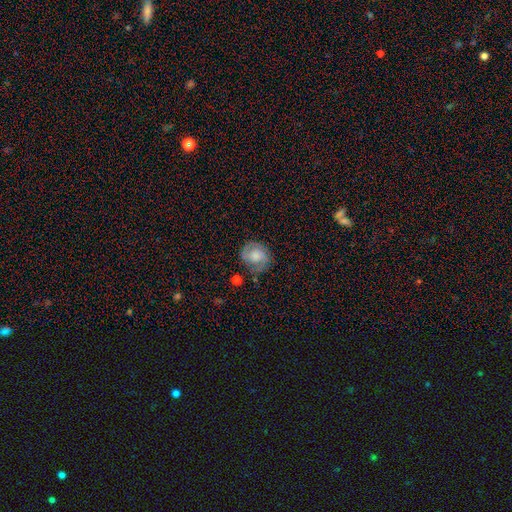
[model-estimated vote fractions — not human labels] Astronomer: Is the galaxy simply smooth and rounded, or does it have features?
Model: featured or disk — 59%.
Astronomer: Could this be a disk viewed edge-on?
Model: no — 98%.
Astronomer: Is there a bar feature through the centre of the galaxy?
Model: no — 62%.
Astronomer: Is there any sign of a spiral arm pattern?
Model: yes — 87%.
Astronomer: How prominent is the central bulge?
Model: moderate — 36% (runner-up: small, 27%).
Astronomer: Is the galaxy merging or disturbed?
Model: none — 67%.